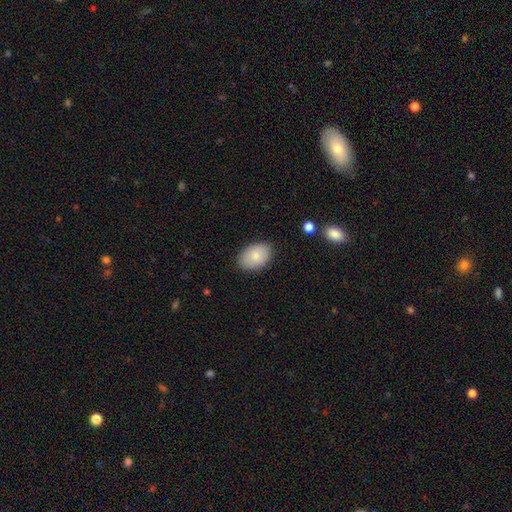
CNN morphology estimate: A smooth galaxy with no disk features (84%) that is in between round and cigar-shaped (89%).

Vote fractions:
- Smooth or featured? smooth: 84% / featured or disk: 9% / star or artifact: 7%
- How rounded? in between: 89% / round: 10% / cigar-shaped: 1%
- Merging? none: 85% / minor disturbance: 11% / major disturbance: 3% / merger: 1%